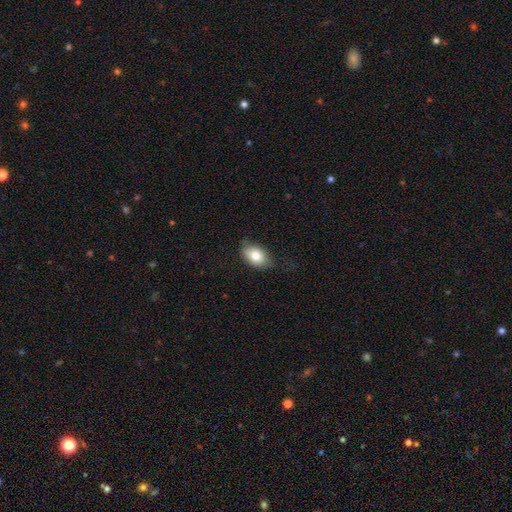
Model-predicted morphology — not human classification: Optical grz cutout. It shows a smooth galaxy with no disk features (80%) that is in between round and cigar-shaped (87%). Merging: none (70%).